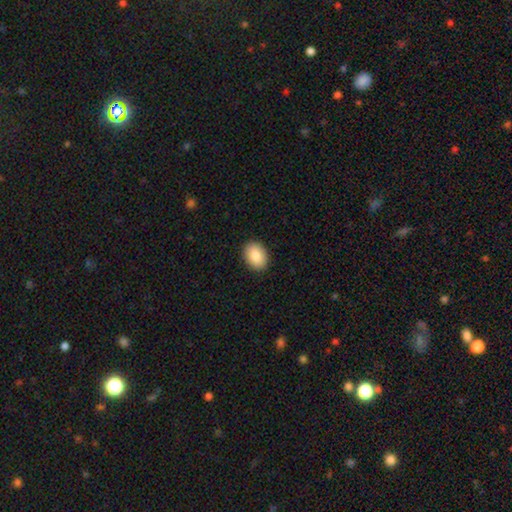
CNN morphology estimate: Smooth or featured? Predicted: smooth (p=0.87). How rounded? Predicted: in between (p=0.77). Merging? Predicted: none (p=0.91).